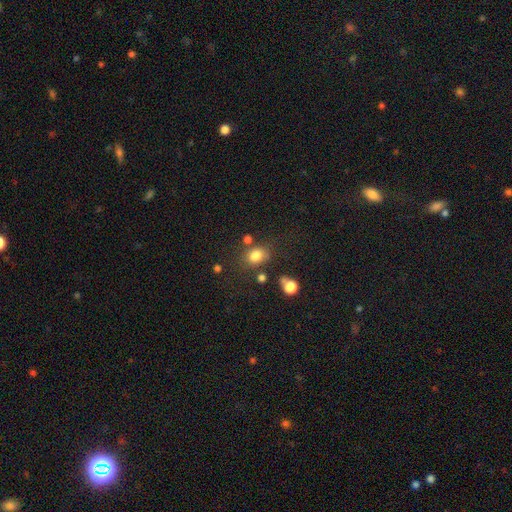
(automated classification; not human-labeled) Smooth or featured?
  - smooth: 80% *
  - star or artifact: 13%
  - featured or disk: 7%
How rounded?
  - in between: 56% *
  - round: 42%
  - cigar-shaped: 1%
Merging?
  - none: 67% *
  - minor disturbance: 16%
  - merger: 10%
  - major disturbance: 6%